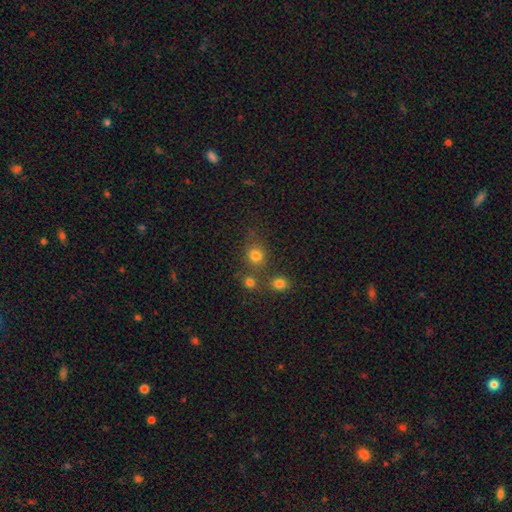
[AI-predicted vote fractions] Smooth or featured: smooth — 78% (star or artifact — 15%)
How rounded: round — 81% (in between — 18%)
Merging: none — 64% (merger — 21%)